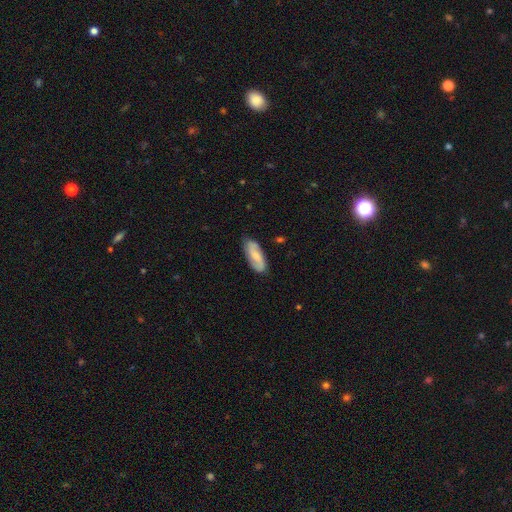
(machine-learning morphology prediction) A smooth galaxy with no disk features (53%) that is in between round and cigar-shaped (75%). Merging: none (79%).